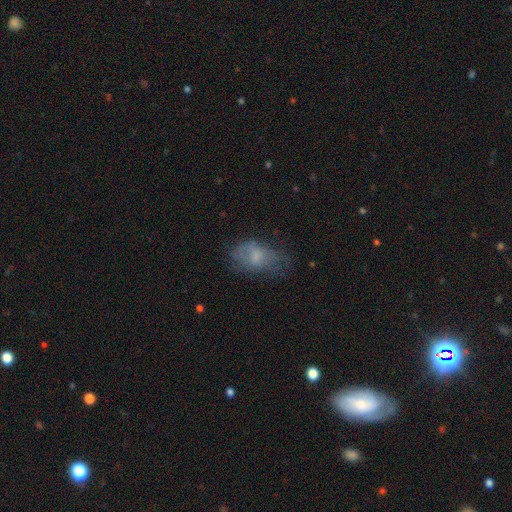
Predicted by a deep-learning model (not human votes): Smooth or featured? Predicted: smooth (p=0.59). How rounded? Predicted: in between (p=0.88). Merging? Predicted: none (p=0.45).